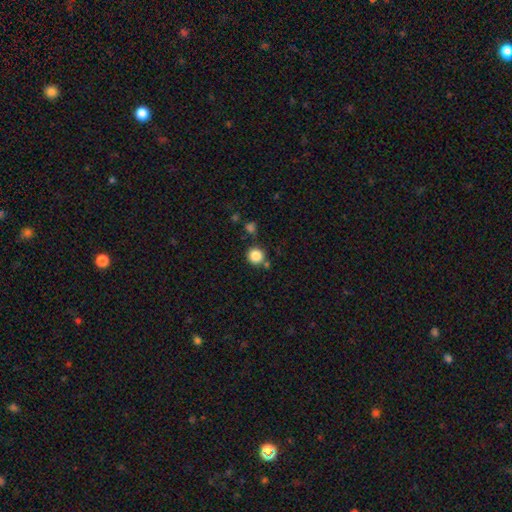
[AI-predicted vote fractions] Smooth or featured? smooth (86%)
How rounded? round (93%)
Merging? none (80%)